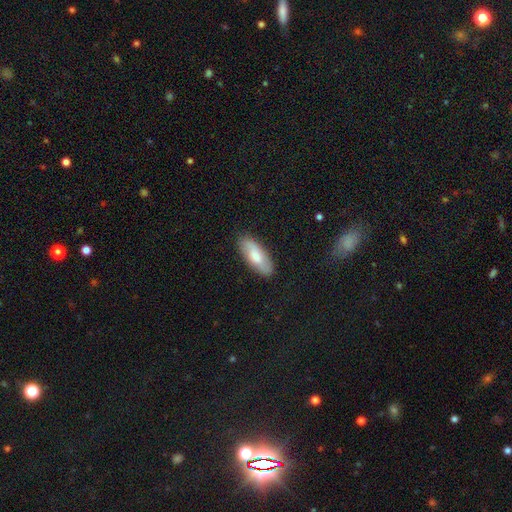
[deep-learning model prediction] Q: Smooth or featured?
A: smooth (68%); runner-up: featured or disk (26%)
Q: How rounded?
A: in between (79%); runner-up: cigar-shaped (19%)
Q: Merging?
A: none (85%); runner-up: minor disturbance (12%)